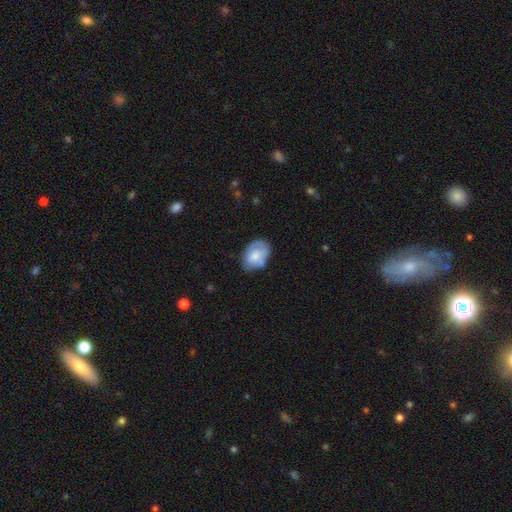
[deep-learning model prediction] The model was most divided on "smooth or featured": smooth: 60%, featured or disk: 33%, star or artifact: 7%. More confident: how rounded — in between (79%); merging — none (62%).